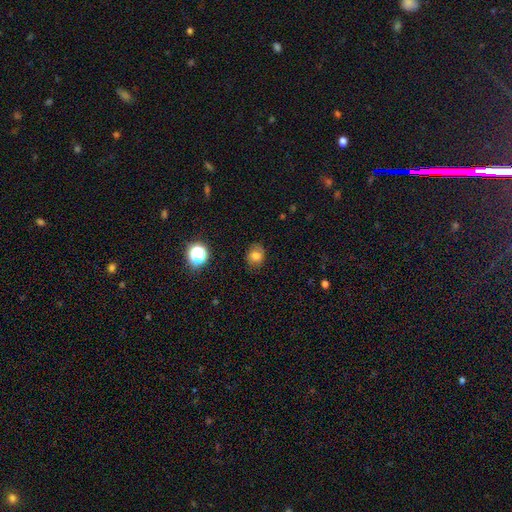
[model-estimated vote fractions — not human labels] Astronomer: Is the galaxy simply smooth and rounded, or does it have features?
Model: smooth — 76%.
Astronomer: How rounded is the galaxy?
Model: round — 65%.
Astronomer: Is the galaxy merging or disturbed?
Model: none — 81%.